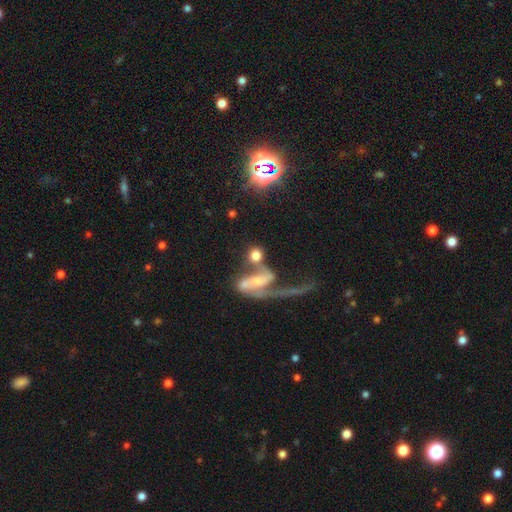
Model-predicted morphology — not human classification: smooth-or-featured: smooth: 57% | featured or disk: 30% | star or artifact: 13%
  how-rounded: round: 73% | in between: 23% | cigar-shaped: 4%
  merging: merger: 42% | none: 33% | major disturbance: 16% | minor disturbance: 10%